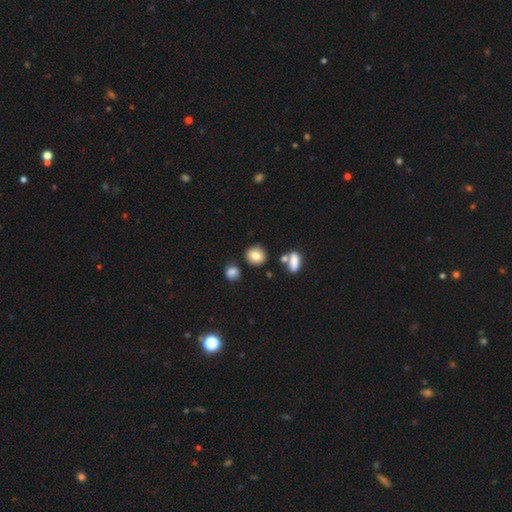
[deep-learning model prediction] smooth-or-featured: smooth: 81% | star or artifact: 10% | featured or disk: 9%
  how-rounded: round: 79% | in between: 19% | cigar-shaped: 1%
  merging: none: 78% | minor disturbance: 11% | merger: 8% | major disturbance: 3%